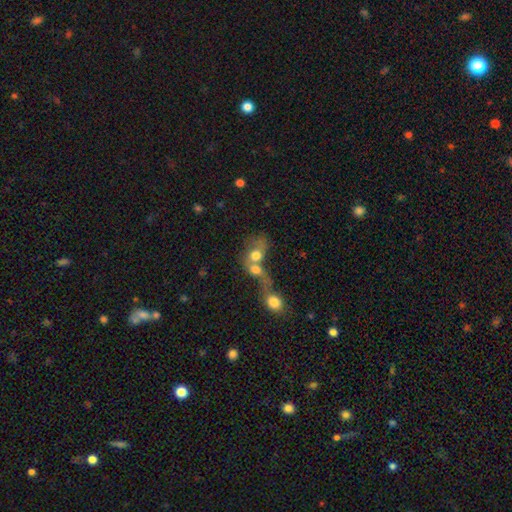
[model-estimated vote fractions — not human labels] This appears to be a smooth galaxy with no disk features (69%) that is in between round and cigar-shaped (51%). Merging: merger (76%).